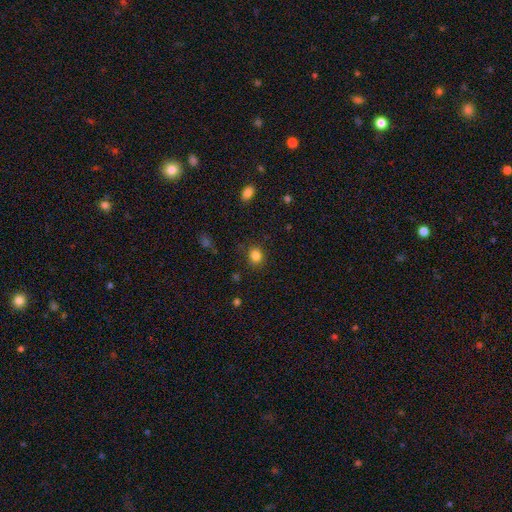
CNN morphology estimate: Smooth or featured? Predicted: smooth (p=0.83). How rounded? Predicted: round (p=0.72). Merging? Predicted: none (p=0.85).